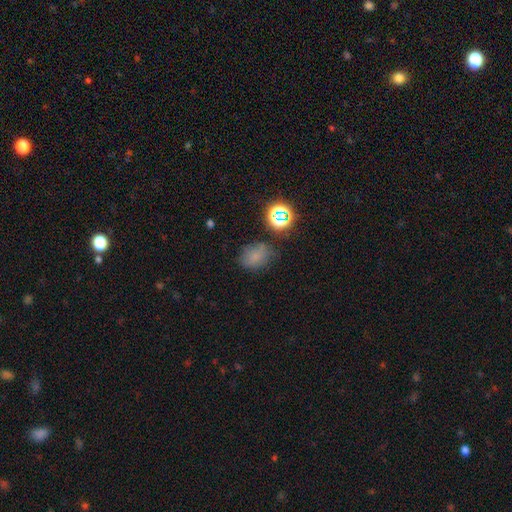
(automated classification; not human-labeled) This is likely a smooth galaxy (67%). How rounded: possibly in between (56%). Merging: likely none (65%).